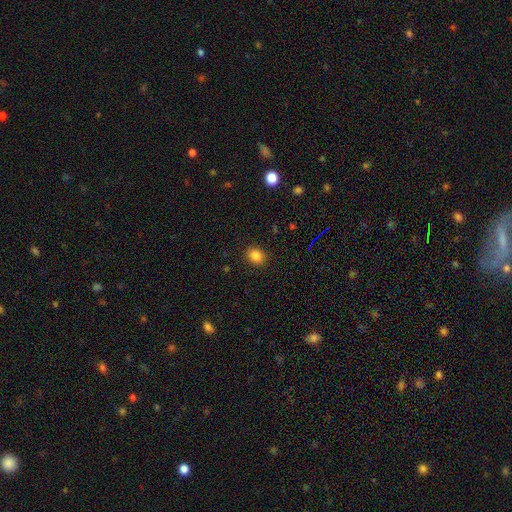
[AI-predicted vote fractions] smooth-or-featured: smooth: 85% | star or artifact: 11% | featured or disk: 4%
  how-rounded: round: 57% | in between: 42% | cigar-shaped: 1%
  merging: none: 89% | minor disturbance: 7% | major disturbance: 2% | merger: 1%